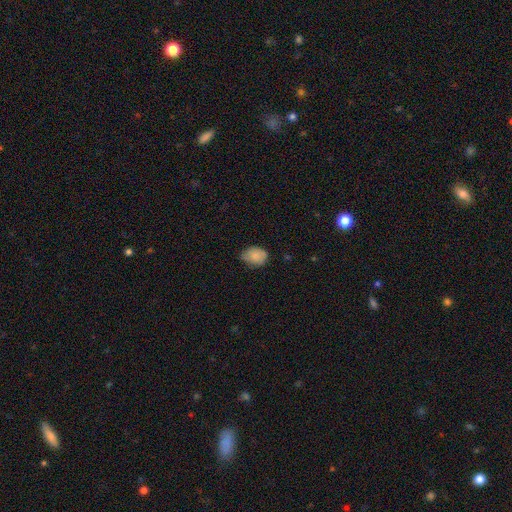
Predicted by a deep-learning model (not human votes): Q: Smooth or featured?
A: smooth (83%); runner-up: featured or disk (9%)
Q: How rounded?
A: in between (70%); runner-up: round (28%)
Q: Merging?
A: none (58%); runner-up: minor disturbance (35%)